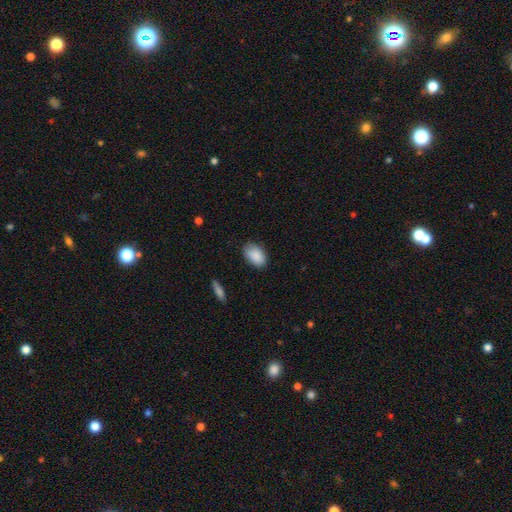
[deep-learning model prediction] The model was most divided on "merging": none: 81%, minor disturbance: 15%, major disturbance: 3%, merger: 1%. More confident: how rounded — in between (91%); smooth or featured — smooth (89%).